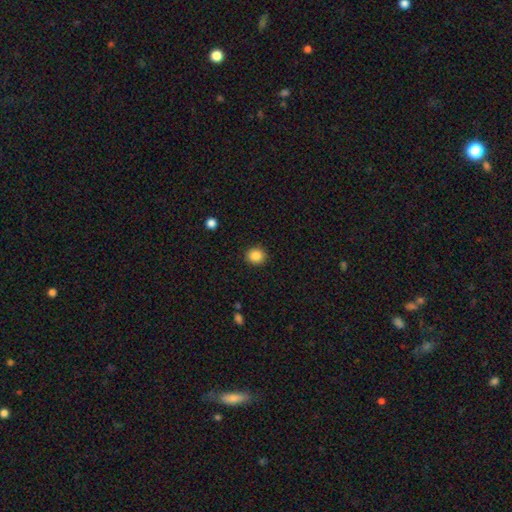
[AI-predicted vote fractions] Q: Smooth or featured?
A: smooth (86%); runner-up: star or artifact (10%)
Q: How rounded?
A: round (81%); runner-up: in between (18%)
Q: Merging?
A: none (91%); runner-up: minor disturbance (6%)